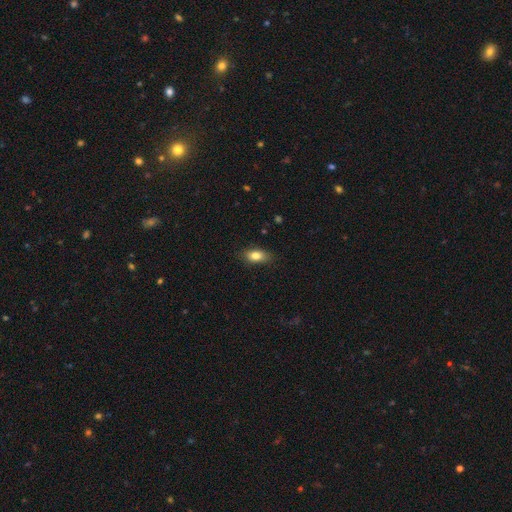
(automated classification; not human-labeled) This is clearly a smooth galaxy (82%). How rounded: clearly in between (85%). Merging: clearly none (82%).